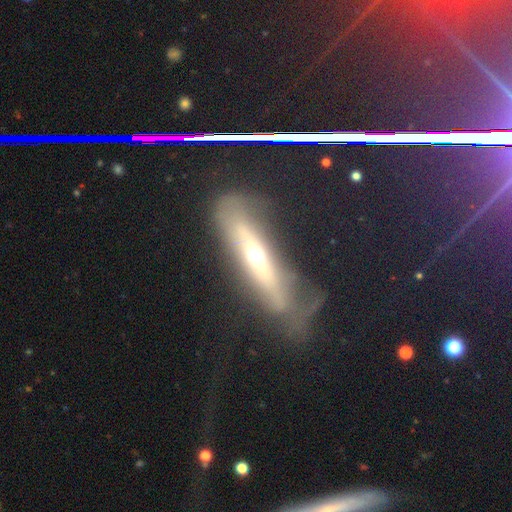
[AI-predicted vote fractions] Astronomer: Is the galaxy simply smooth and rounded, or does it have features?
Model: featured or disk — 54%.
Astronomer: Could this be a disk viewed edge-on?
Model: yes — 68%.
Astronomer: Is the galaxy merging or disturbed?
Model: none — 58%.